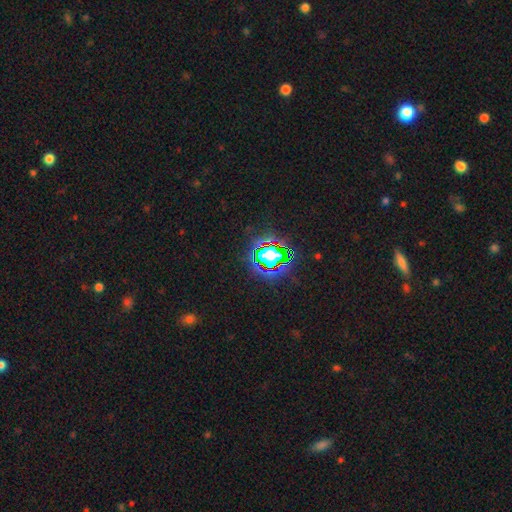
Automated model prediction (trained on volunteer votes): This is likely a star or artifact rather than a galaxy (80%).